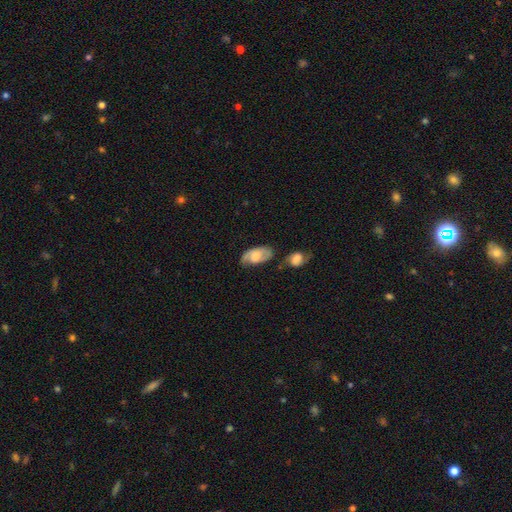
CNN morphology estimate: Q: Smooth or featured?
A: featured or disk (47%); runner-up: smooth (46%)
Q: Merging?
A: none (58%); runner-up: minor disturbance (23%)